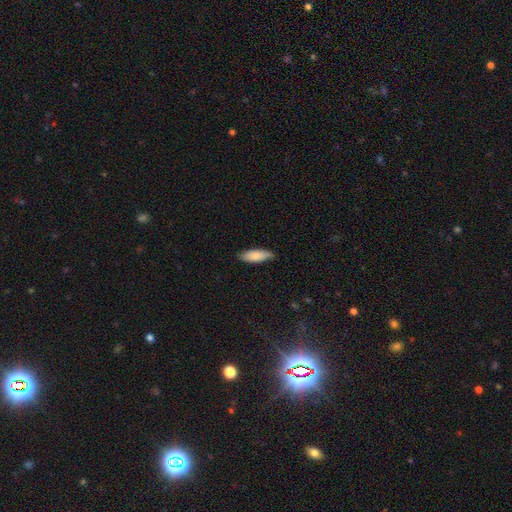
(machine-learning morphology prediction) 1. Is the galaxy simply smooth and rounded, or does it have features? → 85% smooth, 10% featured or disk, 6% star or artifact.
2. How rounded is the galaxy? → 64% in between, 34% cigar-shaped, 2% round.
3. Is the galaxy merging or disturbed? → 78% none, 18% minor disturbance, 2% major disturbance, 1% merger.